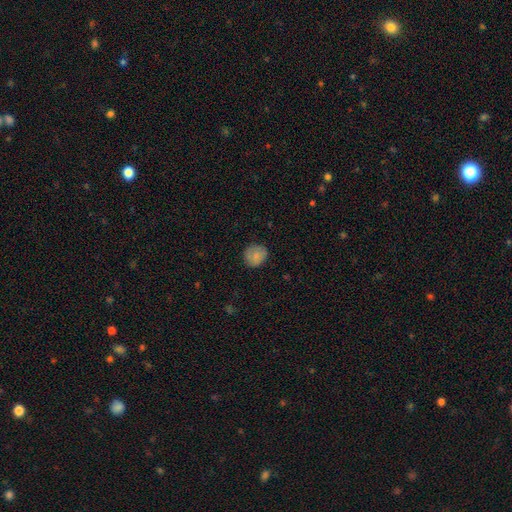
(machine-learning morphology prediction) Smooth or featured? smooth (83%)
How rounded? round (83%)
Merging? none (81%)